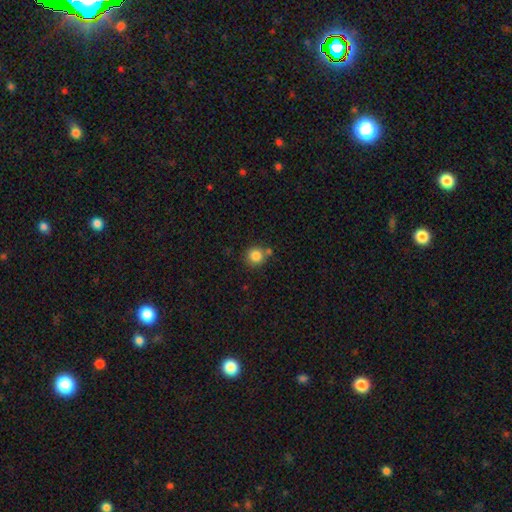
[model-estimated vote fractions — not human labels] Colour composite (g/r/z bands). It shows a smooth galaxy with no disk features (84%) that is round (92%). Merging: none (72%).